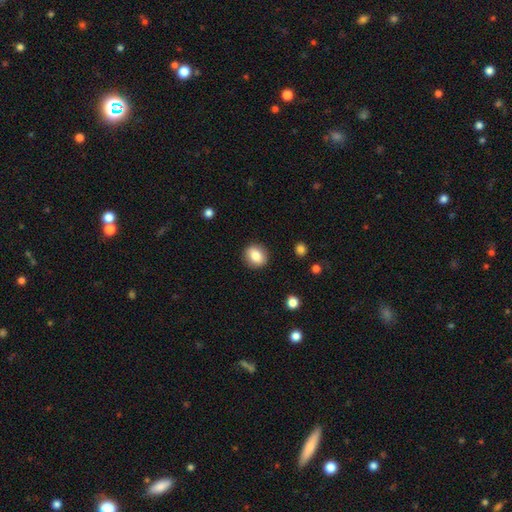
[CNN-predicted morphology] Smooth or featured? smooth (83%)
How rounded? round (73%)
Merging? none (89%)